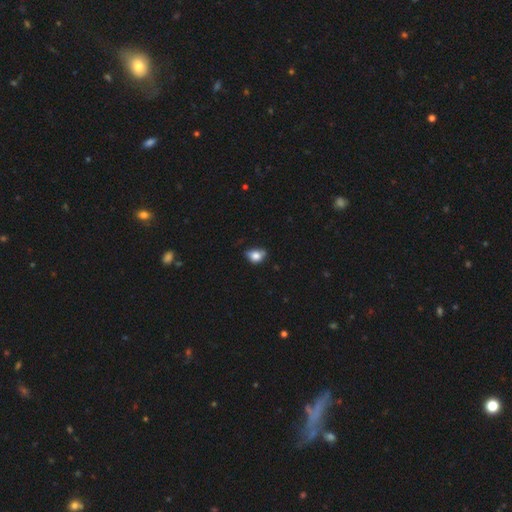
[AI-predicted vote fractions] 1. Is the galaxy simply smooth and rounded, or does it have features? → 77% smooth, 13% featured or disk, 10% star or artifact.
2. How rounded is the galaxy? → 59% in between, 39% round, 2% cigar-shaped.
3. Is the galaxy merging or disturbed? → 43% minor disturbance, 41% none, 12% major disturbance, 4% merger.